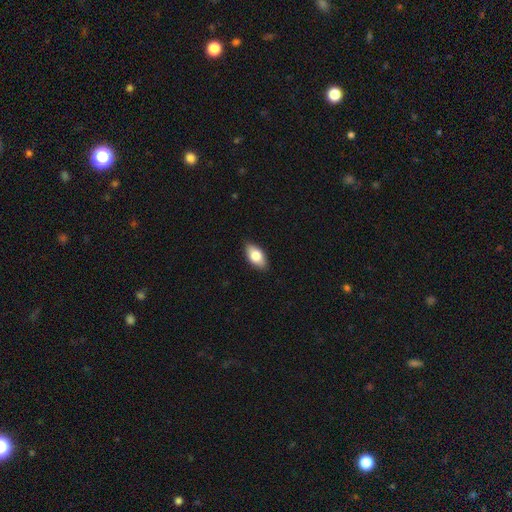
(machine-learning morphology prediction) The model was most divided on "smooth or featured": smooth: 78%, featured or disk: 16%, star or artifact: 6%. More confident: how rounded — in between (92%); merging — none (88%).